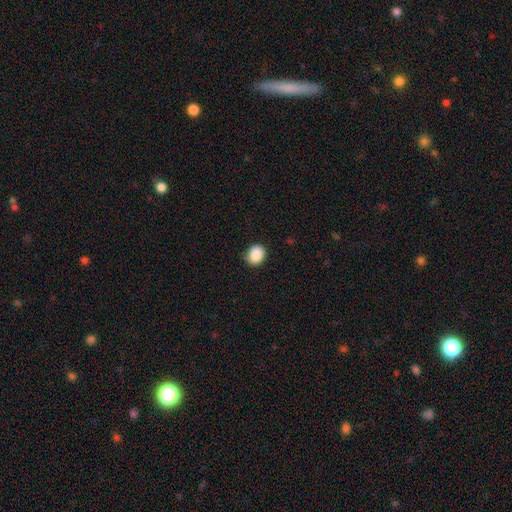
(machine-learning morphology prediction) This is clearly a smooth galaxy (87%). How rounded: likely round (60%). Merging: clearly none (83%).